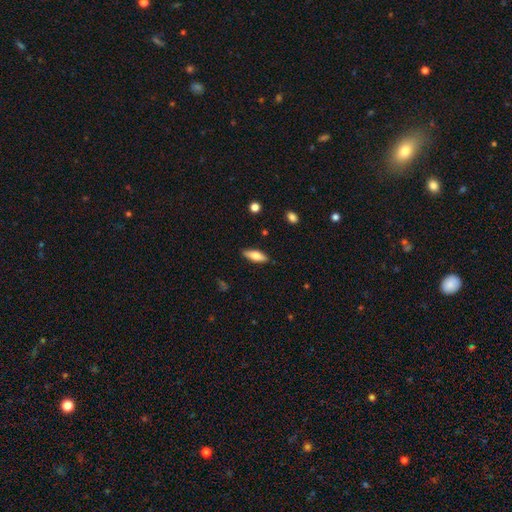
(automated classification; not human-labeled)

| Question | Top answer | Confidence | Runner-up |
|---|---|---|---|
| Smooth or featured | smooth | 67% | featured or disk (27%) |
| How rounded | in between | 63% | cigar-shaped (35%) |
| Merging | none | 87% | minor disturbance (10%) |